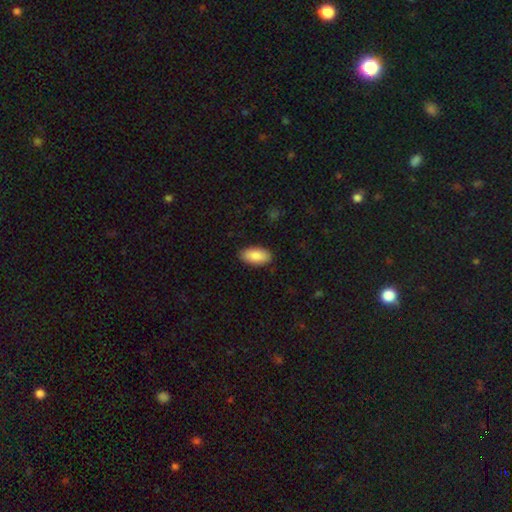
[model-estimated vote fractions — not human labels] A smooth galaxy with no disk features (87%) that is in between round and cigar-shaped (93%). Merging: none (88%).